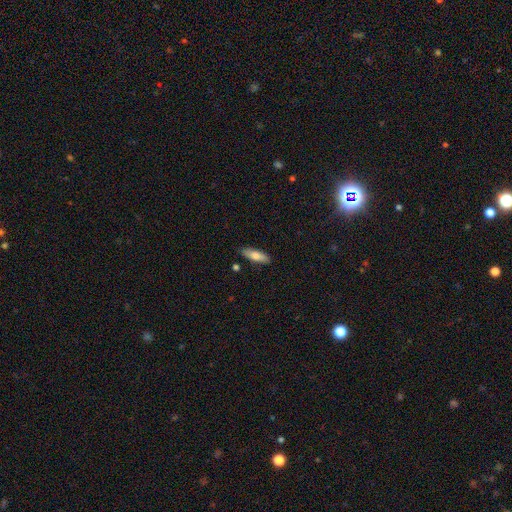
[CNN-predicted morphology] smooth_or_featured: smooth (p=0.78) [alt: featured or disk p=0.16]
how_rounded: cigar-shaped (p=0.50) [alt: in between p=0.48]
merging: none (p=0.86) [alt: minor disturbance p=0.11]